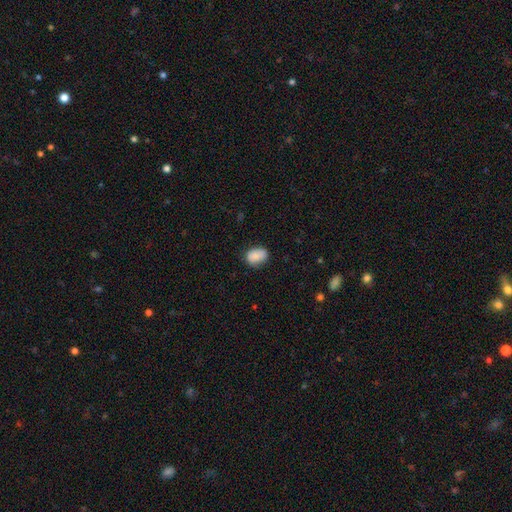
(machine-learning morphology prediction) This is likely a smooth galaxy (79%). How rounded: likely in between (68%). Merging: likely none (72%).